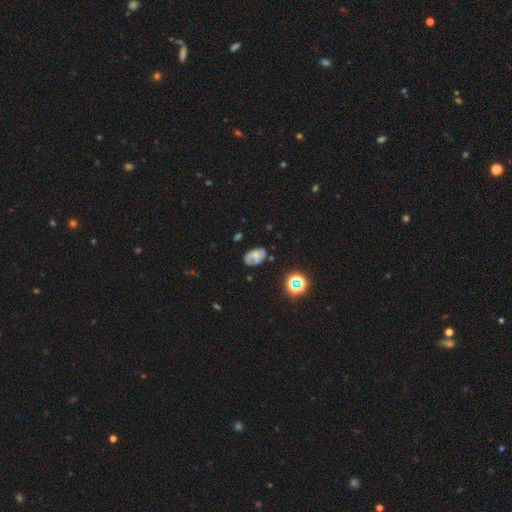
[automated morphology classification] smooth_or_featured: smooth (p=0.46) [alt: featured or disk p=0.40]
merging: none (p=0.59) [alt: minor disturbance p=0.27]